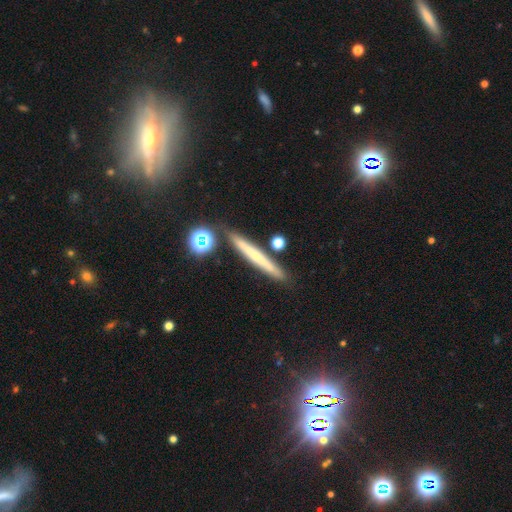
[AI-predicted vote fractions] A smooth galaxy with no disk features (46%). Merging: none (84%).